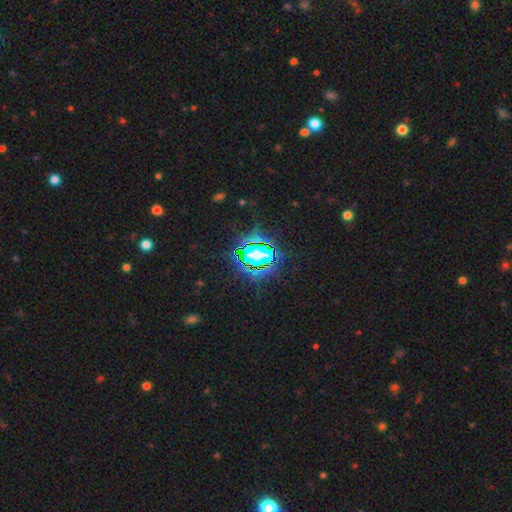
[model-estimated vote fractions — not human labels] Morphology: type=star or artifact (81%).